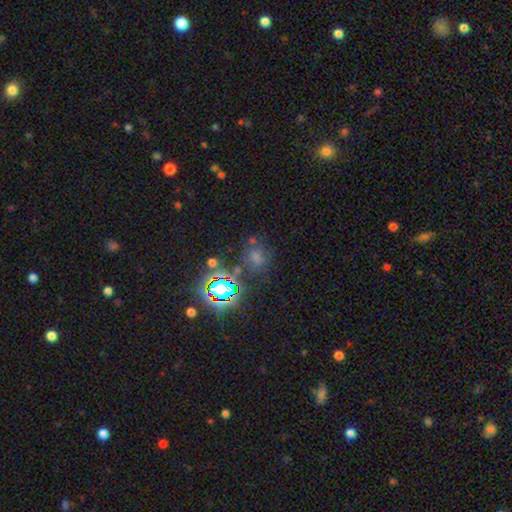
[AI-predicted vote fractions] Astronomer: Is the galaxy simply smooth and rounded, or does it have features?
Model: star or artifact — 47% (runner-up: smooth, 42%).